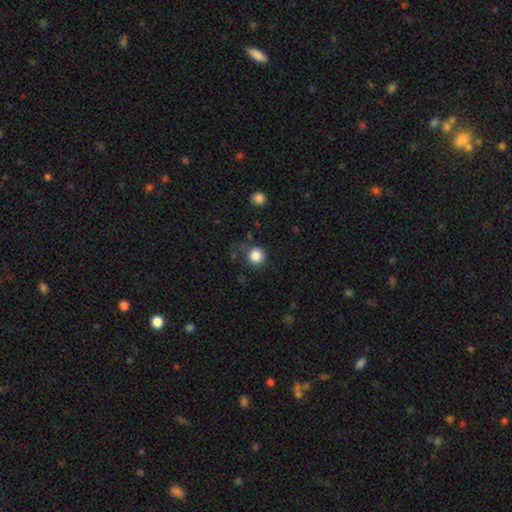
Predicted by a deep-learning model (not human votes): A smooth galaxy with no disk features (85%) that is round (92%). Merging: none (71%).